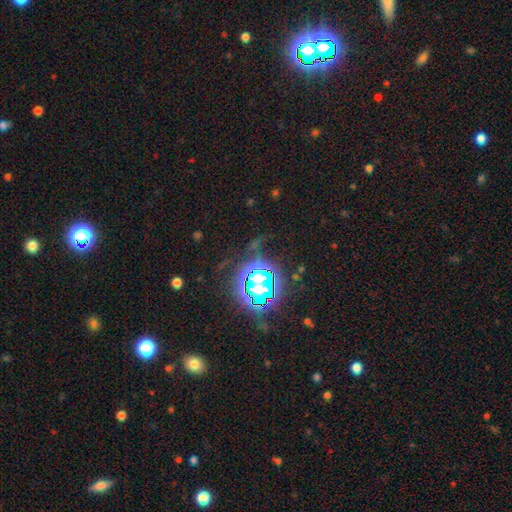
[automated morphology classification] Smooth or featured: star or artifact — 82% (smooth — 11%)